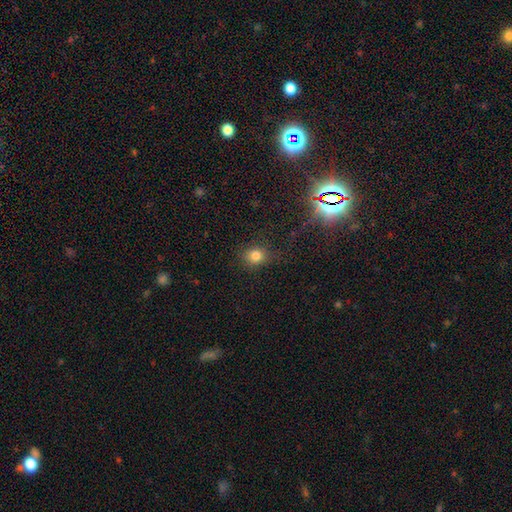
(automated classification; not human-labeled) This appears to be a smooth galaxy with no disk features (78%) that is round (76%). Merging: none (82%).